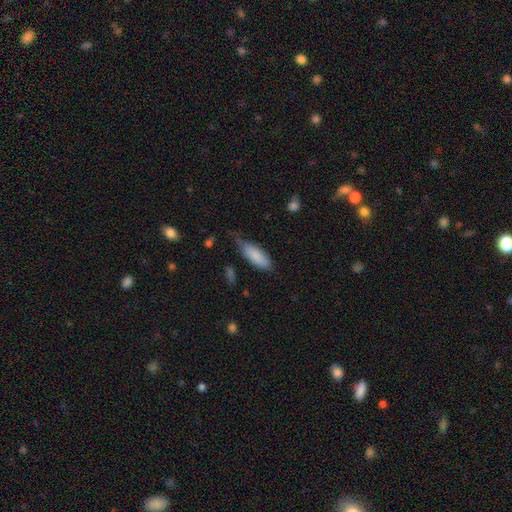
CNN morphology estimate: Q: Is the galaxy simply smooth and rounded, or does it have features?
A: smooth — 85%.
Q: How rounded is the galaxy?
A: in between — 71%.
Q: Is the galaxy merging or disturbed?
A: none — 53%.